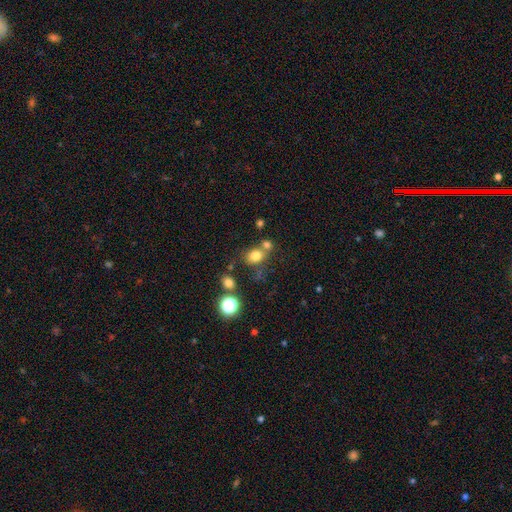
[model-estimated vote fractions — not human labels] Morphology: type=smooth (77%); roundness=round (59%); merging=none (57%).